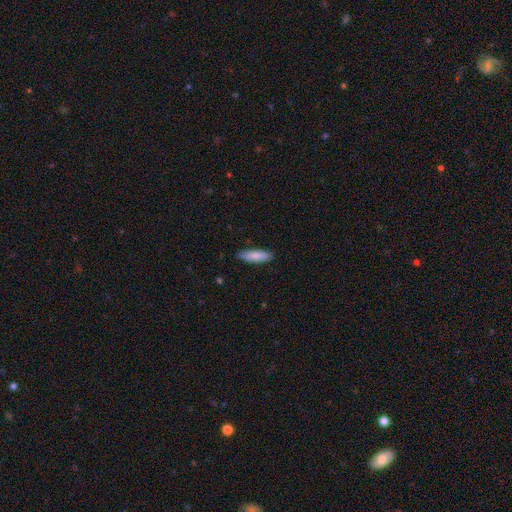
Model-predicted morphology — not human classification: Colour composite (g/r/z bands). It shows a smooth galaxy with no disk features (83%) that is cigar-shaped (58%). Merging: none (87%).